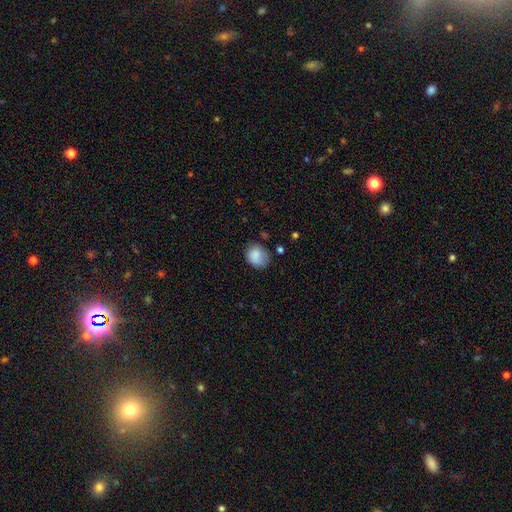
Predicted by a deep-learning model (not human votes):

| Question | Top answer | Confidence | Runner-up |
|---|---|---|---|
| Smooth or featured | smooth | 85% | star or artifact (8%) |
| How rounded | round | 56% | in between (43%) |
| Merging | none | 65% | minor disturbance (26%) |